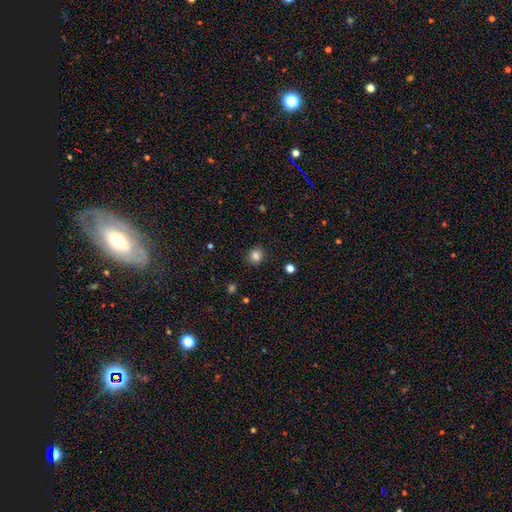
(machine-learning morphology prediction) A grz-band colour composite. It shows a smooth galaxy with no disk features (83%) that is round (86%). Merging: none (88%).